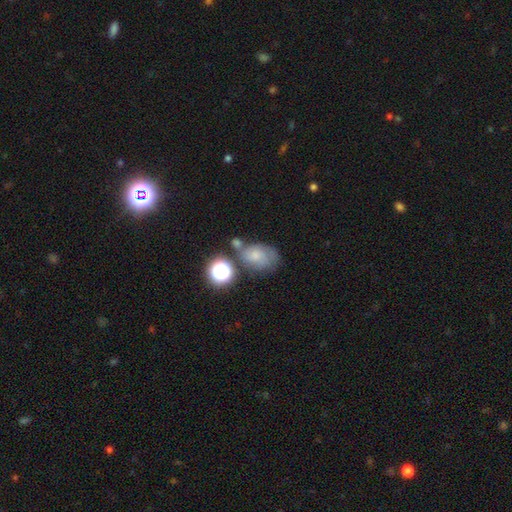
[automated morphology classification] smooth 52%, featured or disk 32%, star or artifact 17%. Down the decision tree: how rounded — in between (67%); merging — none (44%).